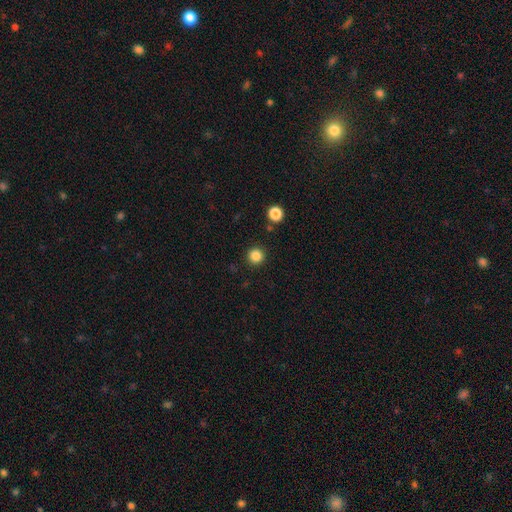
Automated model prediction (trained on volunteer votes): Q: Smooth or featured?
A: smooth (85%); runner-up: star or artifact (12%)
Q: How rounded?
A: round (95%); runner-up: in between (4%)
Q: Merging?
A: none (91%); runner-up: minor disturbance (5%)